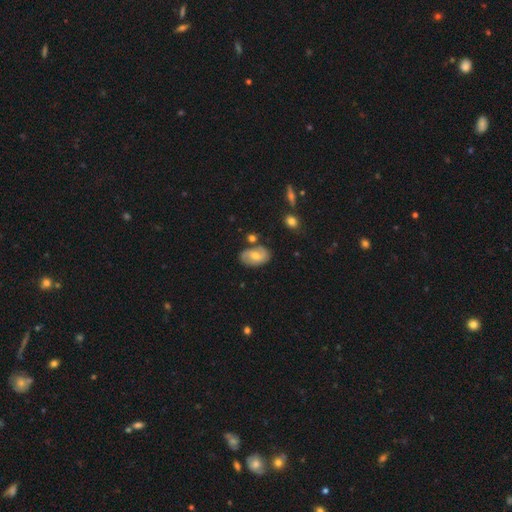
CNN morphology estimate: Smooth or featured? Predicted: featured or disk (p=0.52). Edge-on disk? Predicted: no (p=0.95). Merging? Predicted: none (p=0.71).